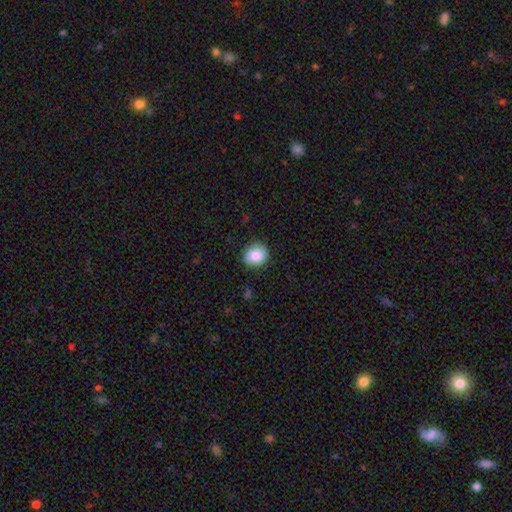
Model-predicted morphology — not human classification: smooth-or-featured: smooth: 83% | featured or disk: 9% | star or artifact: 8%
  how-rounded: round: 70% | in between: 29% | cigar-shaped: 1%
  merging: none: 83% | minor disturbance: 13% | major disturbance: 3% | merger: 1%